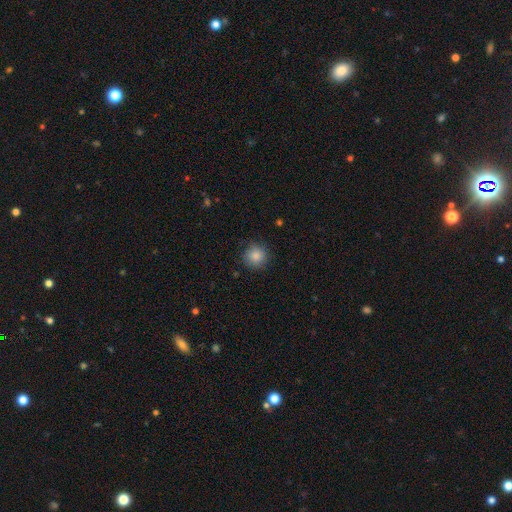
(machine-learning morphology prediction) Q: Smooth or featured?
A: smooth (86%); runner-up: star or artifact (10%)
Q: How rounded?
A: round (93%); runner-up: in between (6%)
Q: Merging?
A: none (86%); runner-up: minor disturbance (10%)